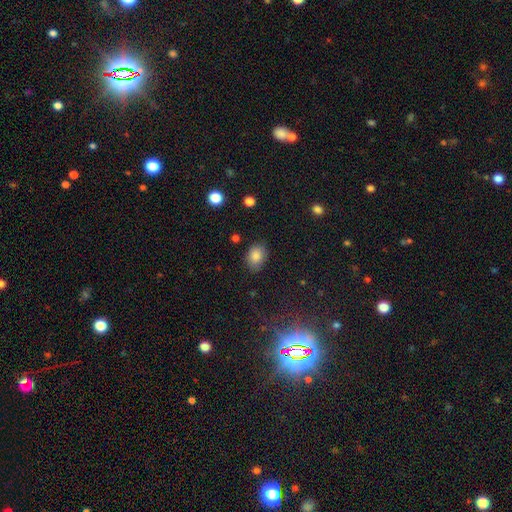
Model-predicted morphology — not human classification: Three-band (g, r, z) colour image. It shows a smooth galaxy with no disk features (84%) that is in between round and cigar-shaped (70%). Merging: none (78%).